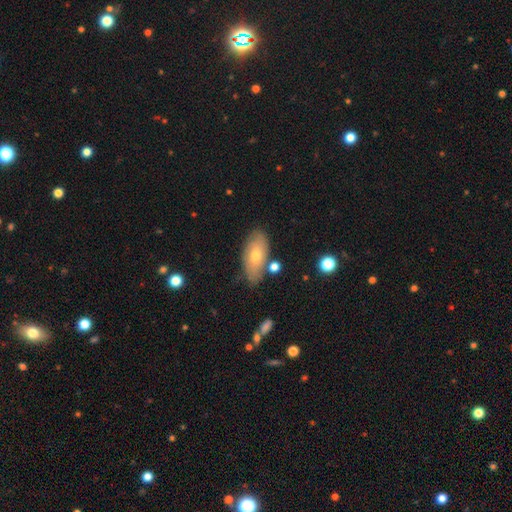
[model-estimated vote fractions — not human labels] Smooth or featured? Predicted: smooth (p=0.65). How rounded? Predicted: in between (p=0.86). Merging? Predicted: none (p=0.78).